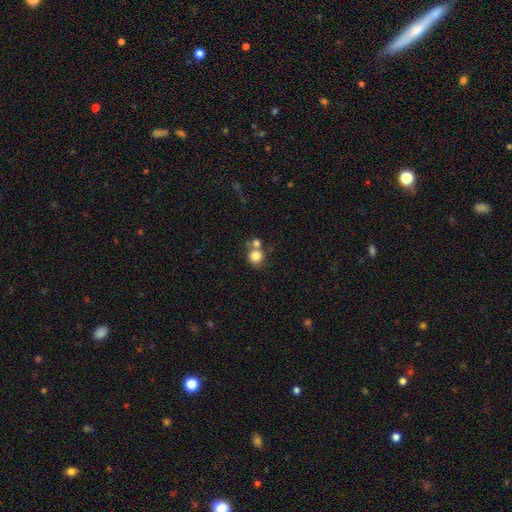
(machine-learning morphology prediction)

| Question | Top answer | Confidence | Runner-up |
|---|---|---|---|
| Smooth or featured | smooth | 81% | star or artifact (10%) |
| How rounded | round | 84% | in between (15%) |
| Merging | none | 47% | merger (39%) |